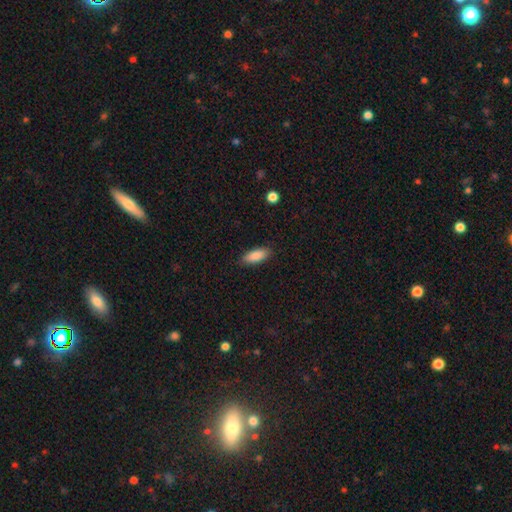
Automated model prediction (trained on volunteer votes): The model was most divided on "how rounded": in between: 75%, cigar-shaped: 23%, round: 2%. More confident: smooth or featured — smooth (87%); merging — none (87%).